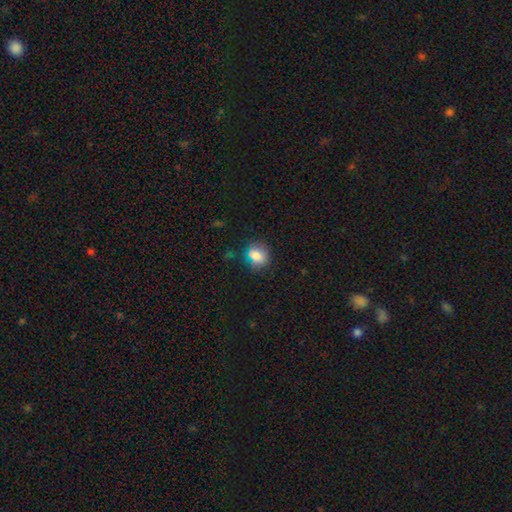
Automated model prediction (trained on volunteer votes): smooth 81%, star or artifact 12%, featured or disk 7%. Down the decision tree: how rounded — round (59%); merging — none (73%).